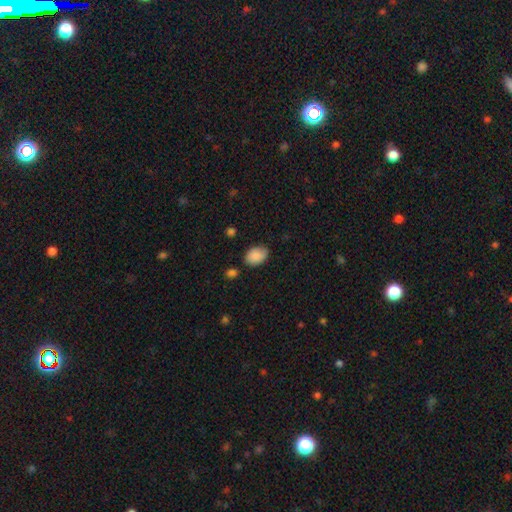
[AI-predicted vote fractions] Smooth or featured?
  - smooth: 88% *
  - star or artifact: 7%
  - featured or disk: 5%
How rounded?
  - in between: 82% *
  - round: 17%
  - cigar-shaped: 1%
Merging?
  - none: 76% *
  - minor disturbance: 17%
  - major disturbance: 4%
  - merger: 3%